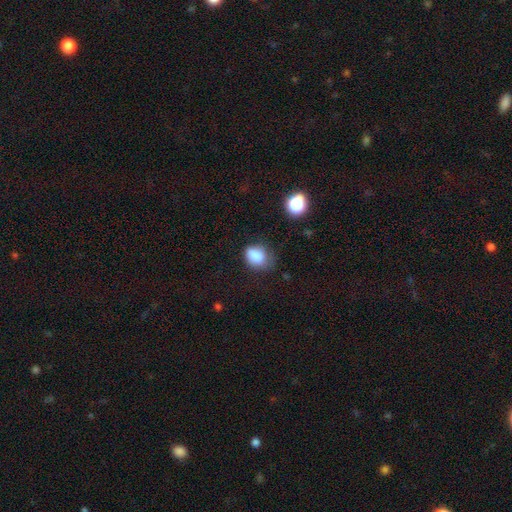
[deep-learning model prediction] smooth 83%, star or artifact 10%, featured or disk 7%. Down the decision tree: how rounded — in between (63%); merging — none (52%).